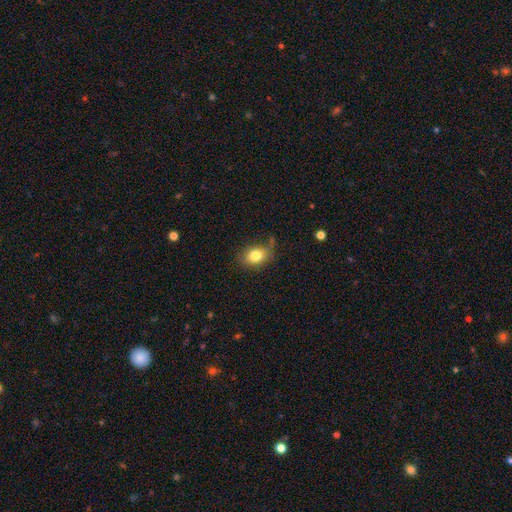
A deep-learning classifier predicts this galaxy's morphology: Smooth or featured? Predicted: smooth (p=0.81). How rounded? Predicted: in between (p=0.66). Merging? Predicted: none (p=0.62).